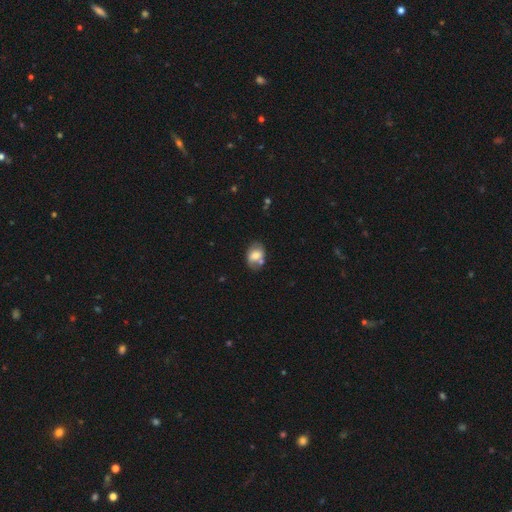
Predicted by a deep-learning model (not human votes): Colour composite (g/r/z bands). It shows a smooth galaxy with no disk features (66%) that is in between round and cigar-shaped (76%). Merging: none (55%).